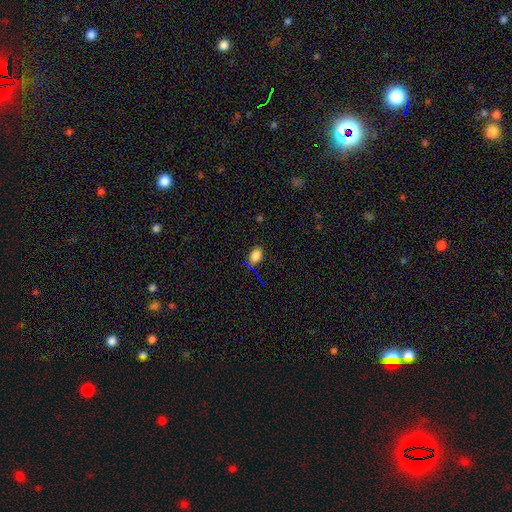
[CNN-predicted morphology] Smooth or featured: smooth — 79% (star or artifact — 15%)
How rounded: in between — 79% (round — 20%)
Merging: none — 80% (minor disturbance — 14%)